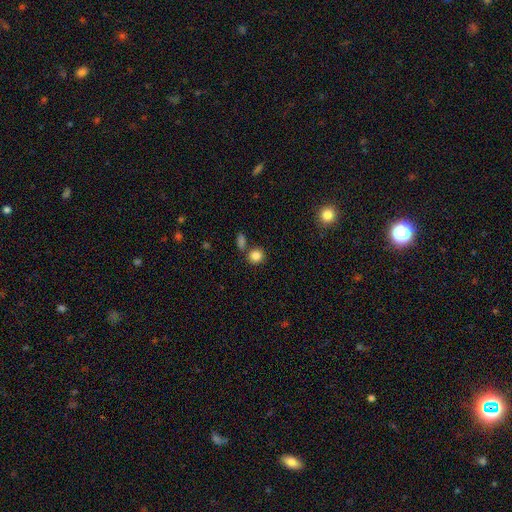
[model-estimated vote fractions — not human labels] The model was most divided on "merging": none: 74%, merger: 13%, minor disturbance: 10%, major disturbance: 3%. More confident: how rounded — round (84%); smooth or featured — smooth (84%).